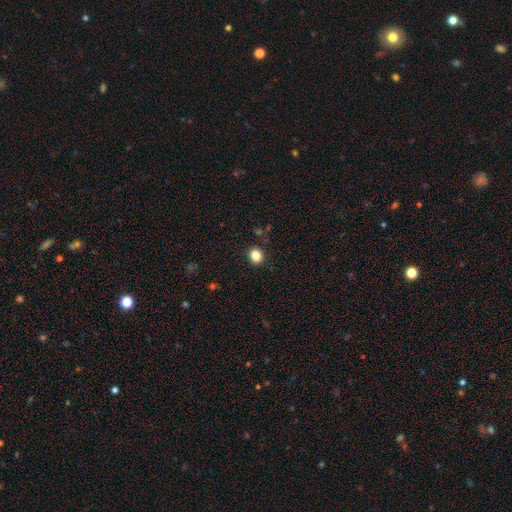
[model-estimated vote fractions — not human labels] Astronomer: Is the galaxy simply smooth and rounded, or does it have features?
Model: smooth — 85%.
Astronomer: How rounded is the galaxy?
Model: round — 63%.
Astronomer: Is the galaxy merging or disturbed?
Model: none — 89%.